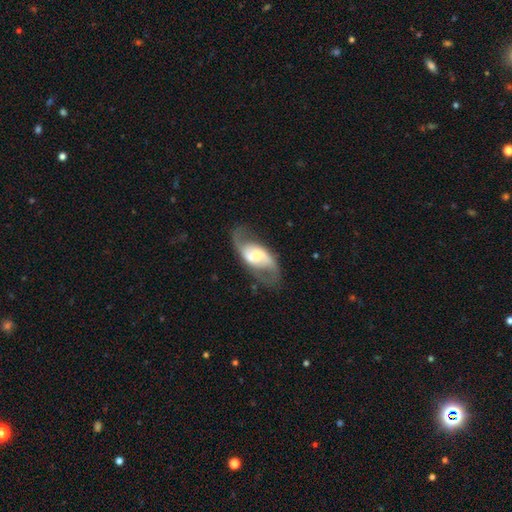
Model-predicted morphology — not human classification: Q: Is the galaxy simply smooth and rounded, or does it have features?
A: featured or disk — 78%.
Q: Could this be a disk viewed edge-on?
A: no — 94%.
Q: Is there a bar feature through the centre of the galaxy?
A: no — 40%.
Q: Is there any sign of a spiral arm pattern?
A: yes — 89%.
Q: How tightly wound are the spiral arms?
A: loose — 55%.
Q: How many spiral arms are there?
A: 2 — 89%.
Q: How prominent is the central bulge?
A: small — 42%.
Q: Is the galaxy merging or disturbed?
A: none — 68%.